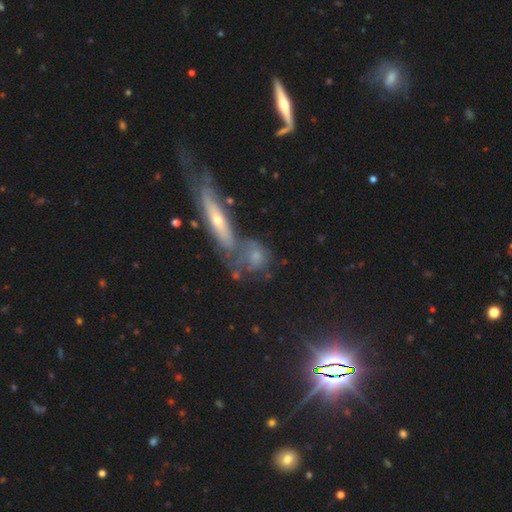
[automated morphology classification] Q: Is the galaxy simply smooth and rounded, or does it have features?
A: smooth — 50%.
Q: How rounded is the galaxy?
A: round — 39%, tied with in between.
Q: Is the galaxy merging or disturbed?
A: none — 43%.